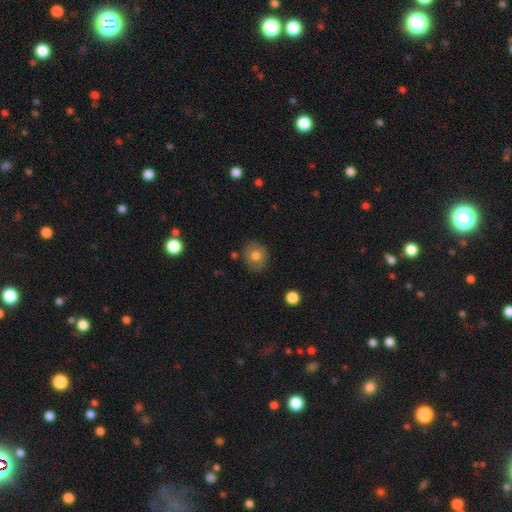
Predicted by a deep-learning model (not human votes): Smooth or featured? smooth (73%)
How rounded? round (80%)
Merging? none (83%)